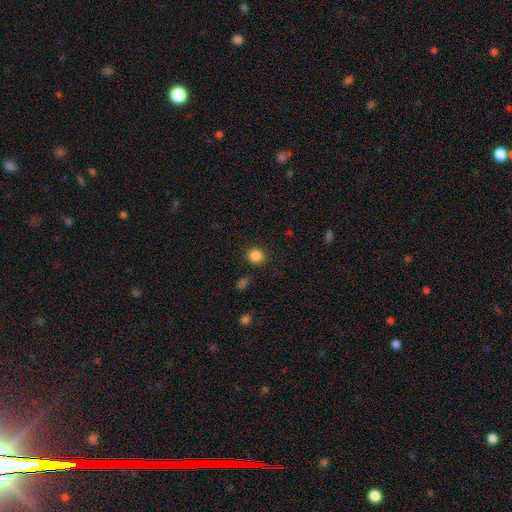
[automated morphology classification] Smooth or featured? Predicted: smooth (p=0.85). How rounded? Predicted: round (p=0.89). Merging? Predicted: none (p=0.89).